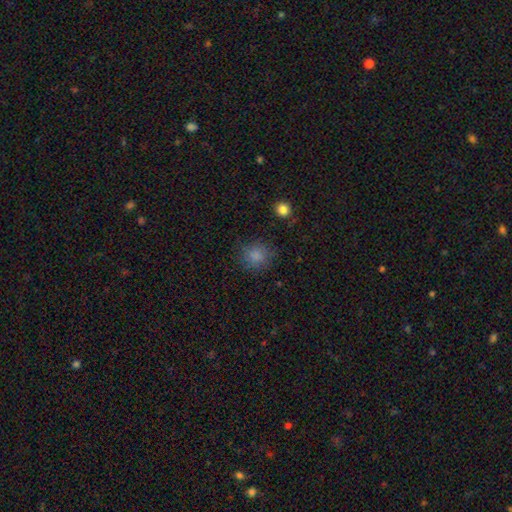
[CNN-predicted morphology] A smooth galaxy with no disk features (81%) that is round (85%).

Vote fractions:
- Smooth or featured? smooth: 81% / star or artifact: 12% / featured or disk: 6%
- How rounded? round: 85% / in between: 14% / cigar-shaped: 1%
- Merging? none: 79% / minor disturbance: 14% / major disturbance: 5% / merger: 2%